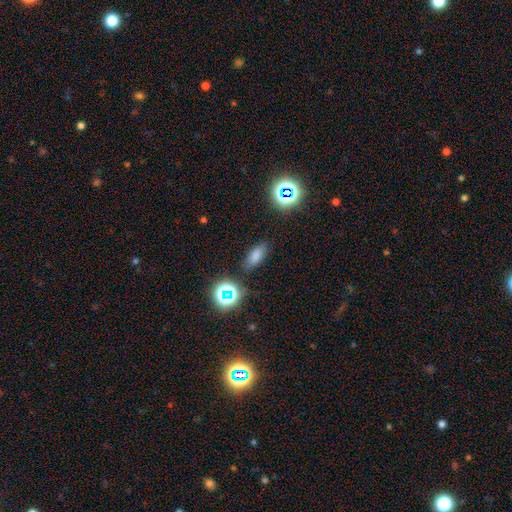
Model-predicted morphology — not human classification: Smooth or featured? Predicted: smooth (p=0.72). How rounded? Predicted: in between (p=0.78). Merging? Predicted: none (p=0.81).